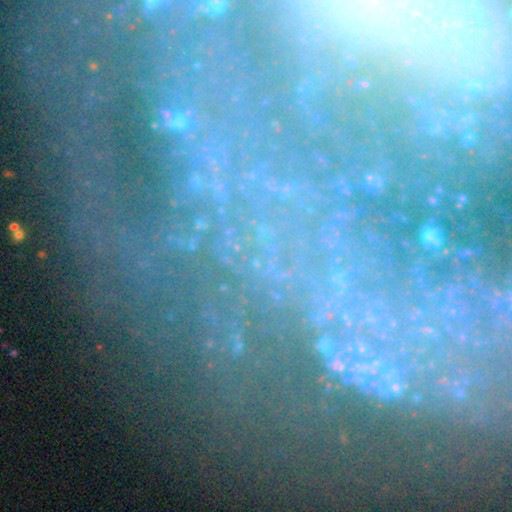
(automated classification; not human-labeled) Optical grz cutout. It shows a star or artifact, not a galaxy (46%).